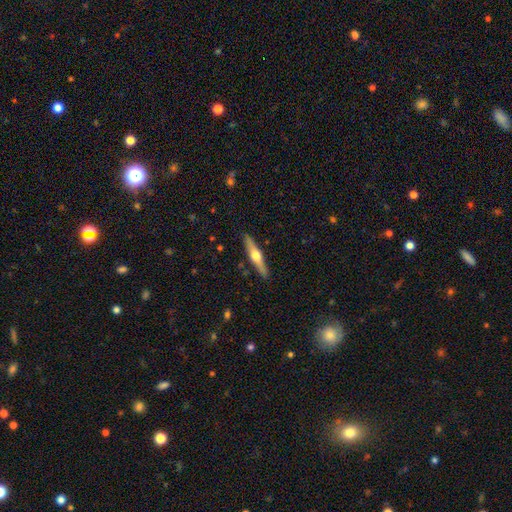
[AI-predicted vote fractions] A featured or disk galaxy (63%) viewed edge-on (96%) with a rounded central bulge (94%). Merging: none (90%).